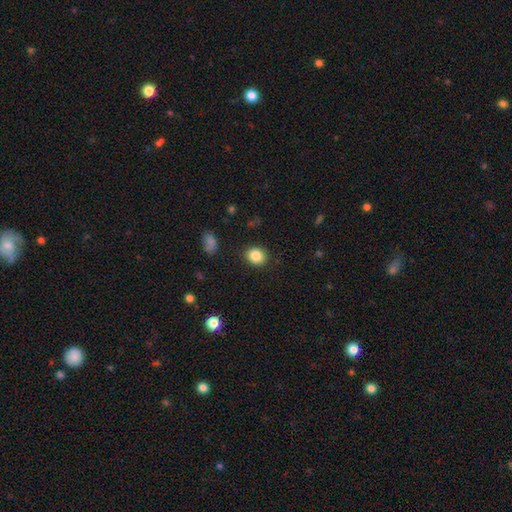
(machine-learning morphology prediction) smooth_or_featured: smooth (p=0.85) [alt: star or artifact p=0.09]
how_rounded: round (p=0.62) [alt: in between p=0.38]
merging: none (p=0.89) [alt: minor disturbance p=0.08]